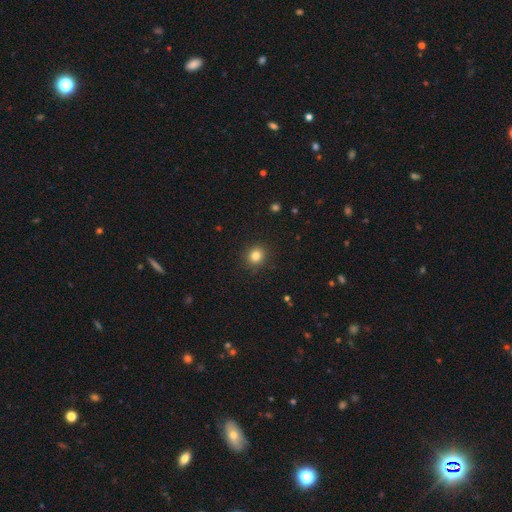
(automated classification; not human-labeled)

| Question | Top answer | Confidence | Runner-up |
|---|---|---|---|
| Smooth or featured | smooth | 83% | star or artifact (12%) |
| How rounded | round | 84% | in between (15%) |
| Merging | none | 90% | minor disturbance (7%) |